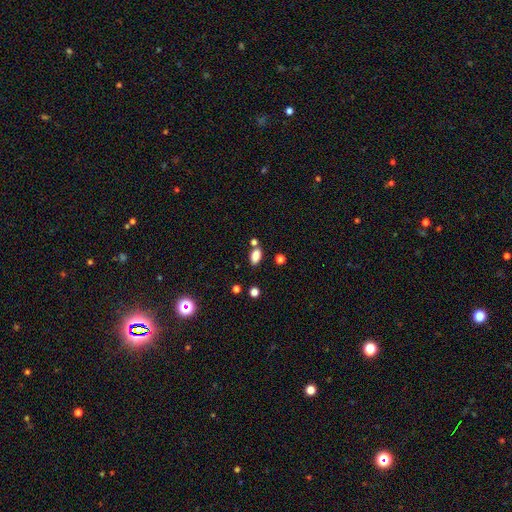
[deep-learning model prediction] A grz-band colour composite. It shows a smooth galaxy with no disk features (84%) that is in between round and cigar-shaped (89%). Merging: none (72%).